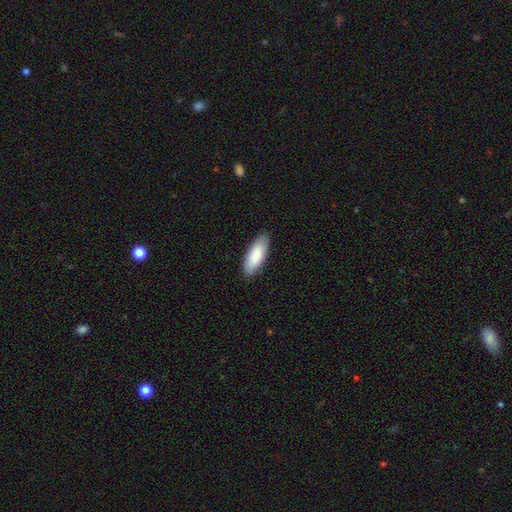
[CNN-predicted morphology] Q: Smooth or featured?
A: smooth (87%); runner-up: featured or disk (8%)
Q: How rounded?
A: in between (75%); runner-up: cigar-shaped (24%)
Q: Merging?
A: none (87%); runner-up: minor disturbance (10%)